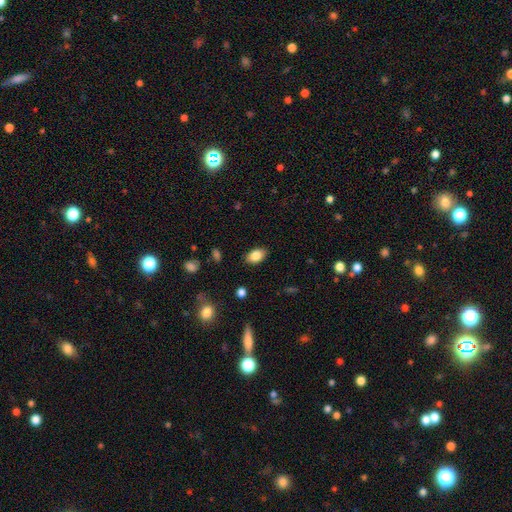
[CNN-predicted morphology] smooth-or-featured: smooth: 85% | star or artifact: 8% | featured or disk: 7%
  how-rounded: in between: 89% | round: 10% | cigar-shaped: 1%
  merging: none: 87% | minor disturbance: 10% | major disturbance: 2% | merger: 1%